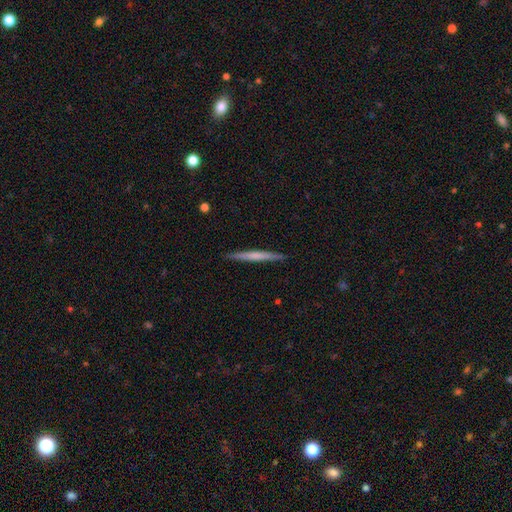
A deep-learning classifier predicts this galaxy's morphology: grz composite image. It shows a smooth galaxy with no disk features (51%) that is cigar-shaped (97%). Merging: none (91%).